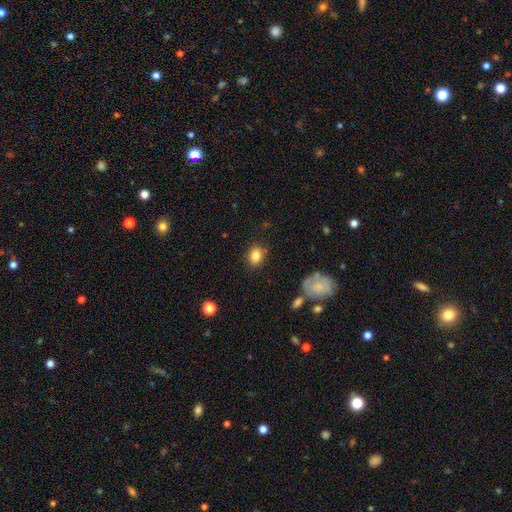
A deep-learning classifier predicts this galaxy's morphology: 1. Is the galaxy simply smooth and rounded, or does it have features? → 83% smooth, 10% star or artifact, 7% featured or disk.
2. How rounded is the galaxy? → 62% round, 37% in between, 1% cigar-shaped.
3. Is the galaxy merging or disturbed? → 83% none, 12% minor disturbance, 3% major disturbance, 2% merger.